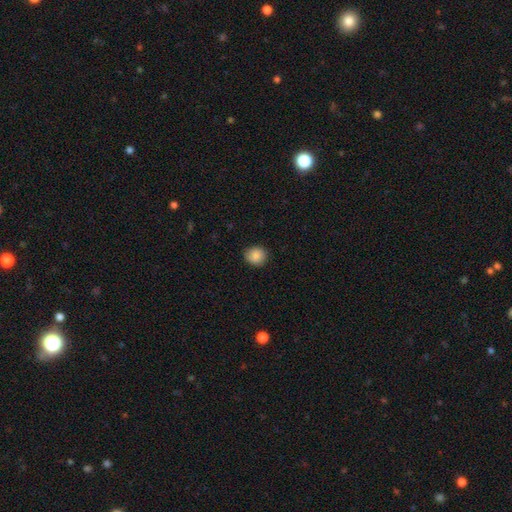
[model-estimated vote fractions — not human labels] Overall: smooth (87%). How rounded: round (80%). Merging: none (85%).